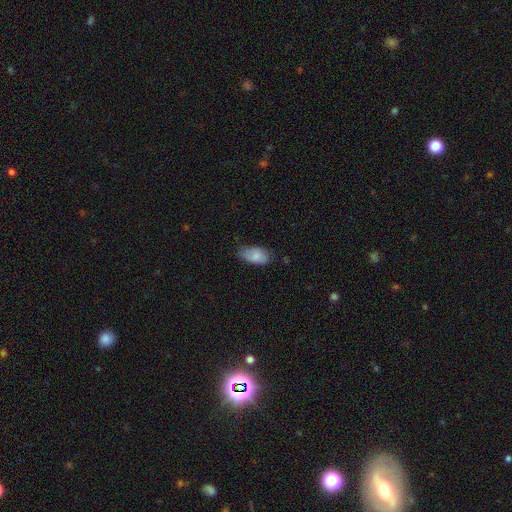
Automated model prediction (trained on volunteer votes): Overall: smooth (83%). How rounded: in between (94%). Merging: none (67%).